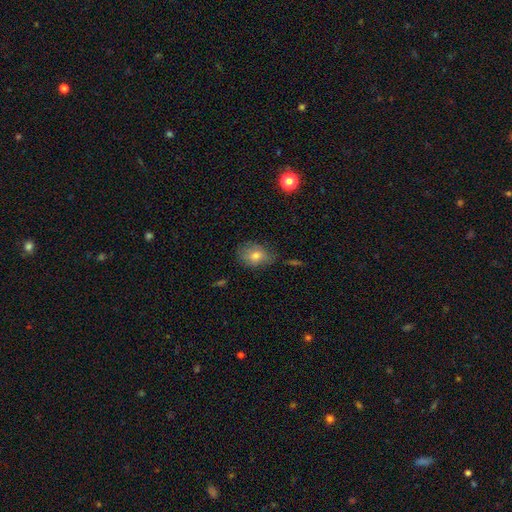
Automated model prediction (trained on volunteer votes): Overall: smooth (74%). How rounded: in between (70%). Merging: none (61%; minor disturbance 29%).